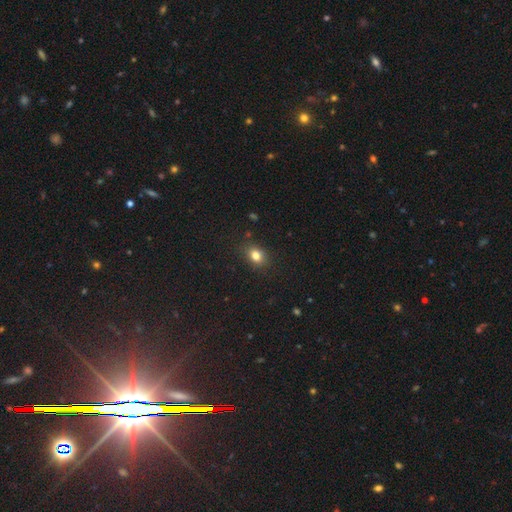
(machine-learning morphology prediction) A smooth galaxy with no disk features (81%) that is in between round and cigar-shaped (62%). Merging: none (85%).